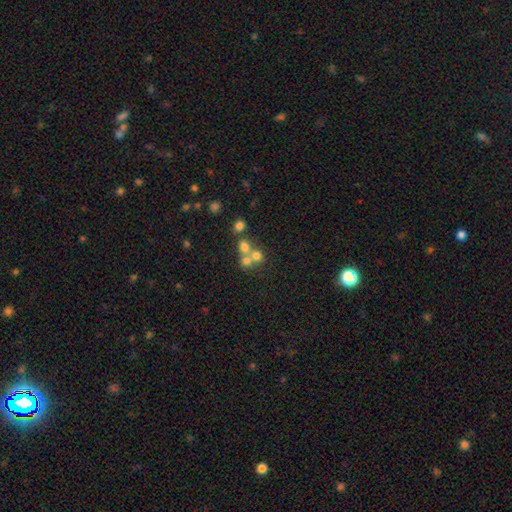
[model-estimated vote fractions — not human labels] The model was most divided on "merging": merger: 53%, none: 36%, minor disturbance: 6%, major disturbance: 4%. More confident: how rounded — round (82%); smooth or featured — smooth (64%).